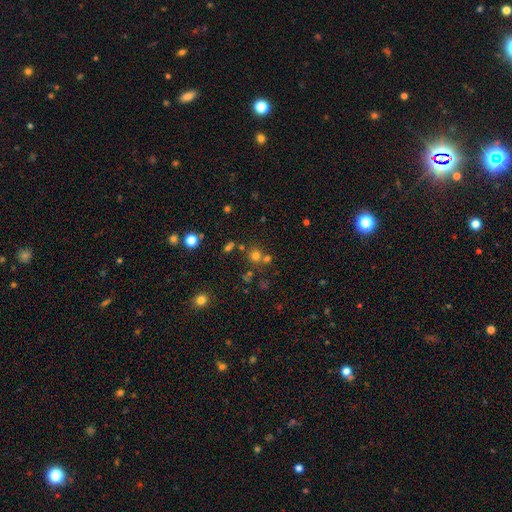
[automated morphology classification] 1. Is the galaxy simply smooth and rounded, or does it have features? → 66% smooth, 25% star or artifact, 10% featured or disk.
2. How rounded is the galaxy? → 89% round, 10% in between, 1% cigar-shaped.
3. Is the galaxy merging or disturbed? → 64% none, 25% merger, 8% minor disturbance, 4% major disturbance.